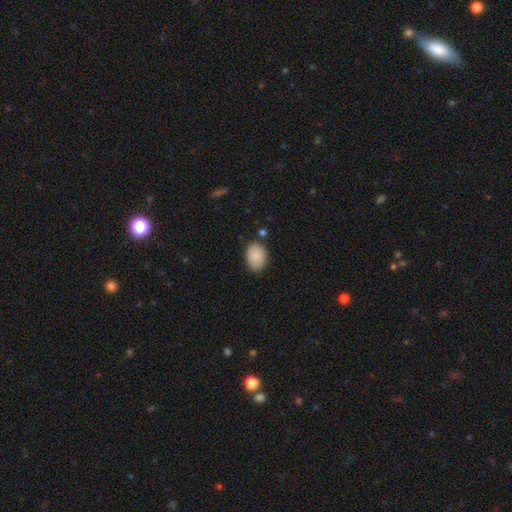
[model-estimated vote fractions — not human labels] Morphology: type=smooth (88%); roundness=in between (81%); merging=none (77%).